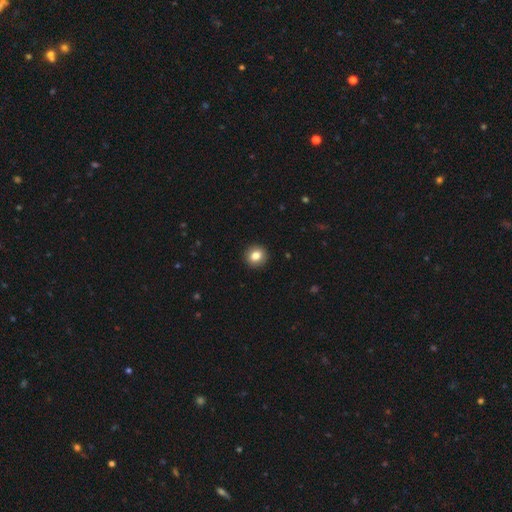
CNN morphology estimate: Q: Smooth or featured?
A: smooth (83%); runner-up: star or artifact (10%)
Q: How rounded?
A: round (91%); runner-up: in between (8%)
Q: Merging?
A: none (93%); runner-up: minor disturbance (4%)